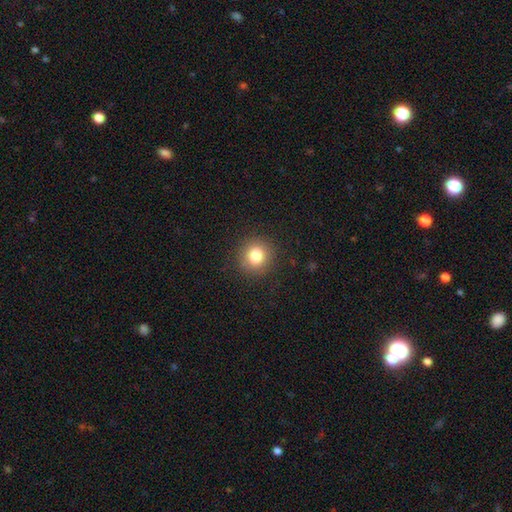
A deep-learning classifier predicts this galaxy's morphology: The model was most divided on "smooth or featured": smooth: 81%, star or artifact: 11%, featured or disk: 7%. More confident: how rounded — round (91%); merging — none (90%).